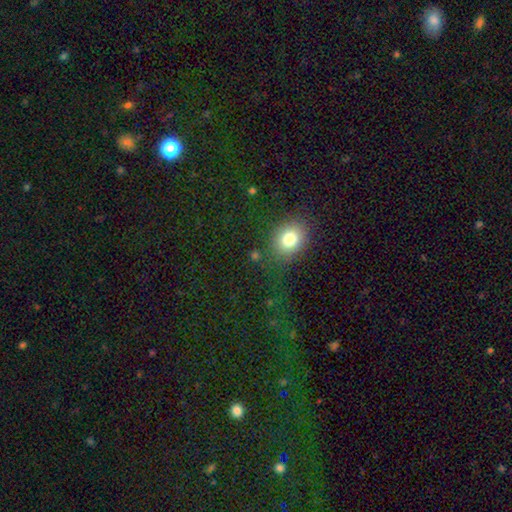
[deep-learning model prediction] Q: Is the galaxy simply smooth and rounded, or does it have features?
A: smooth — 78%.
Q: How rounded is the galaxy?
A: round — 55%.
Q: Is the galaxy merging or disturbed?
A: none — 80%.